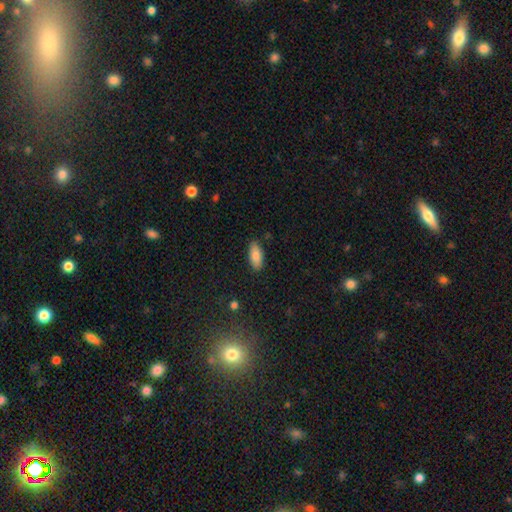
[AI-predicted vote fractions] Smooth or featured: smooth — 83% (featured or disk — 10%)
How rounded: in between — 88% (cigar-shaped — 10%)
Merging: none — 85% (minor disturbance — 12%)